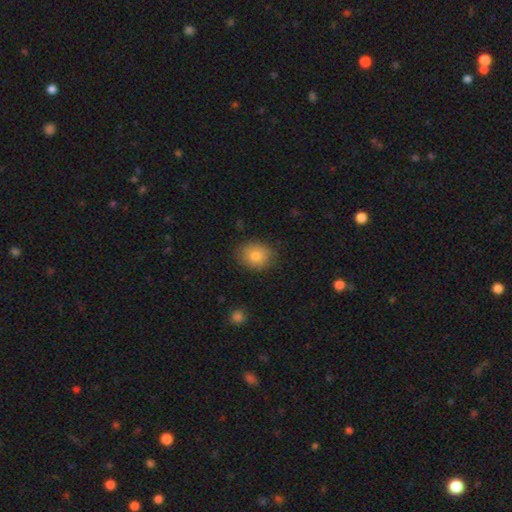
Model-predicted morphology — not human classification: smooth 83%, featured or disk 9%, star or artifact 8%. Down the decision tree: how rounded — in between (52%); merging — none (84%).